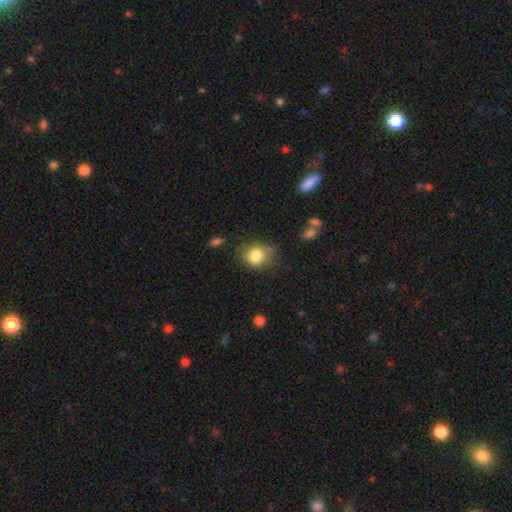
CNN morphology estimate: Q: Smooth or featured?
A: smooth (82%); runner-up: star or artifact (10%)
Q: How rounded?
A: round (67%); runner-up: in between (32%)
Q: Merging?
A: none (65%); runner-up: minor disturbance (25%)